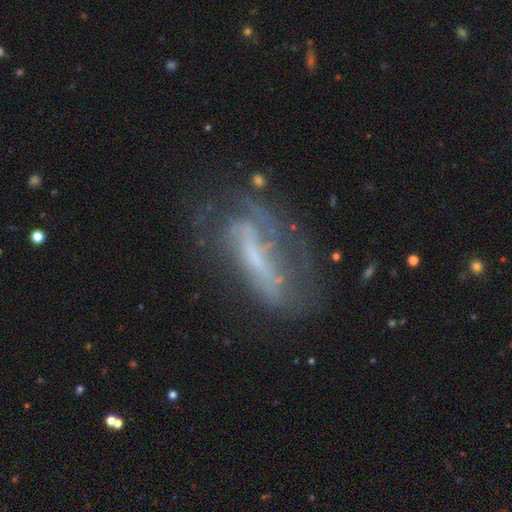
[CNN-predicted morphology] smooth_or_featured: featured or disk (p=0.71) [alt: smooth p=0.19]
disk_edge_on: no (p=0.84) [alt: yes p=0.16]
bar: strong (p=0.37) [alt: weak p=0.32]
has_spiral_arms: yes (p=0.69) [alt: no p=0.31]
bulge_size: none (p=0.39) [alt: small p=0.38]
merging: none (p=0.47) [alt: major disturbance p=0.26]